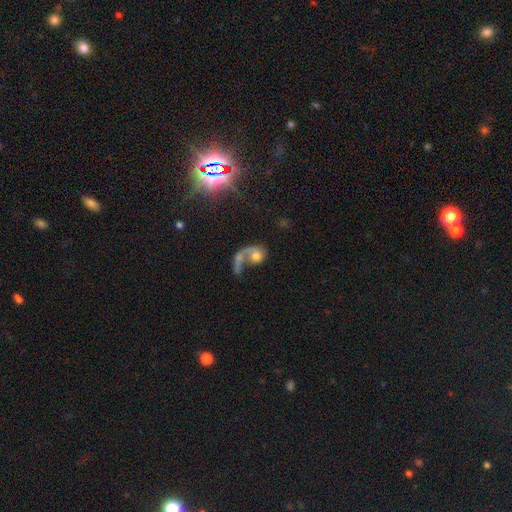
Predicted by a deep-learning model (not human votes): A featured or disk galaxy (51%). Merging: major disturbance (36%).